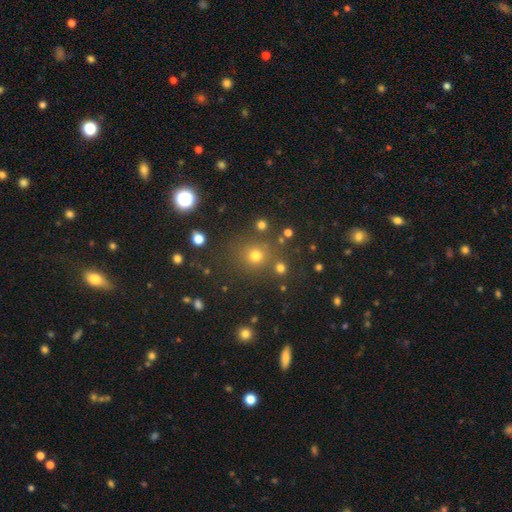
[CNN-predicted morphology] Smooth or featured?
  - smooth: 68% *
  - star or artifact: 25%
  - featured or disk: 7%
How rounded?
  - round: 90% *
  - in between: 9%
  - cigar-shaped: 1%
Merging?
  - none: 81% *
  - minor disturbance: 8%
  - merger: 7%
  - major disturbance: 4%